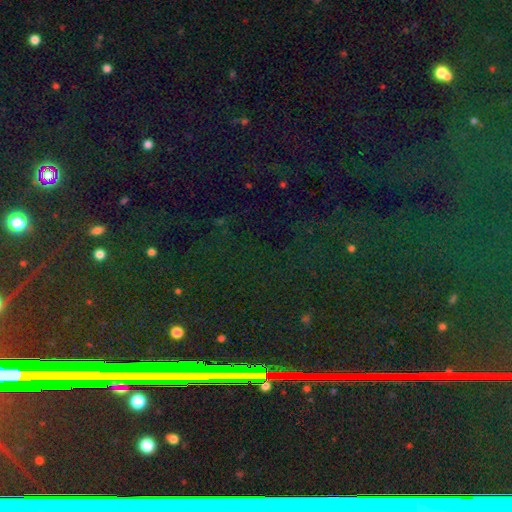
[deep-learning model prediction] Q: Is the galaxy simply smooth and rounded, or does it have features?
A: star or artifact — 84%.